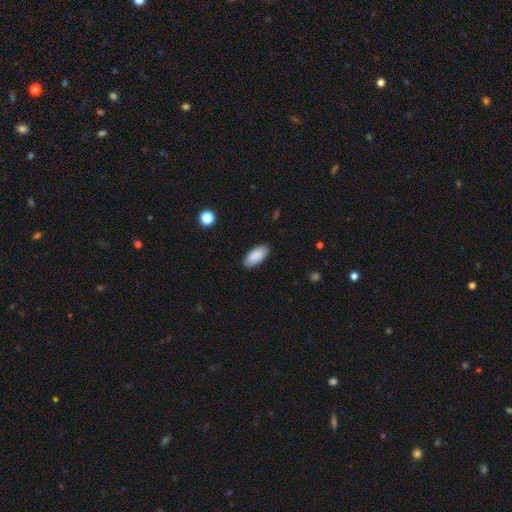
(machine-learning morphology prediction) Smooth or featured? Predicted: smooth (p=0.89). How rounded? Predicted: in between (p=0.92). Merging? Predicted: none (p=0.88).